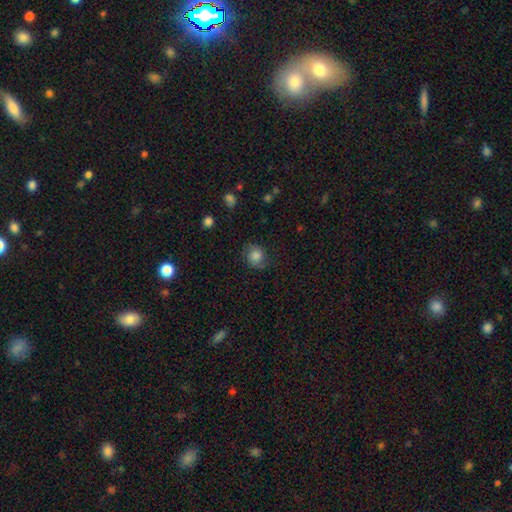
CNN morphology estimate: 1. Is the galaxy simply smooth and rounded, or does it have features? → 71% smooth, 19% featured or disk, 10% star or artifact.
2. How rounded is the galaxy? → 74% round, 25% in between, 1% cigar-shaped.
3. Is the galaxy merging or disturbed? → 71% none, 20% minor disturbance, 7% major disturbance, 1% merger.